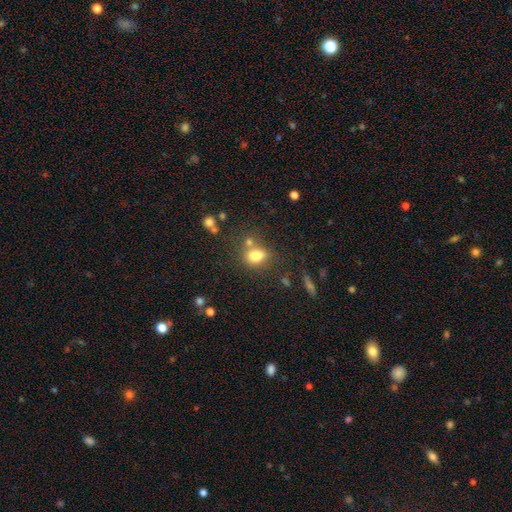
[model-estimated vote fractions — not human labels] Morphology: type=smooth (79%); roundness=in between (65%); merging=none (55%).